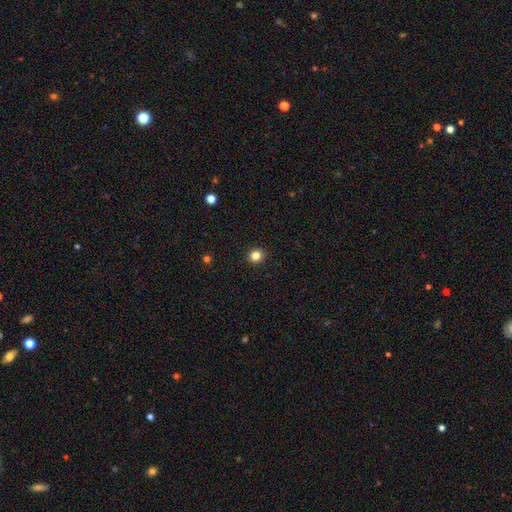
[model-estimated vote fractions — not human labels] This appears to be a smooth galaxy with no disk features (82%) that is round (90%). Merging: none (92%).